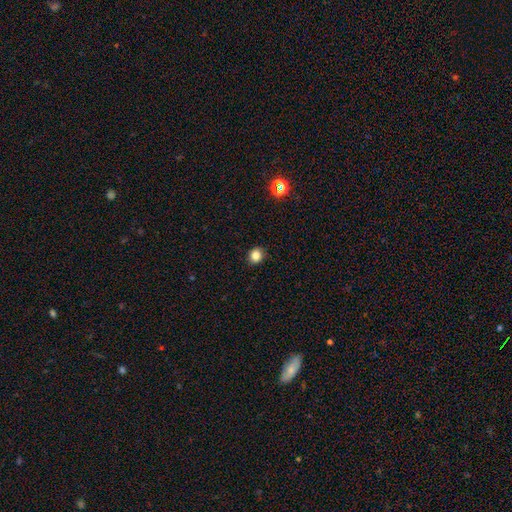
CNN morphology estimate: Smooth or featured?
  - smooth: 83% *
  - star or artifact: 12%
  - featured or disk: 5%
How rounded?
  - round: 71% *
  - in between: 28%
  - cigar-shaped: 1%
Merging?
  - none: 90% *
  - minor disturbance: 7%
  - major disturbance: 2%
  - merger: 1%